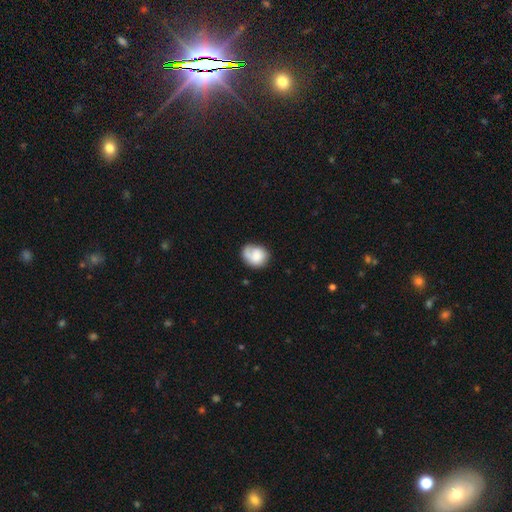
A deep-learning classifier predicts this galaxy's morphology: smooth 69%, featured or disk 24%, star or artifact 7%. Down the decision tree: how rounded — round (57%); merging — none (54%).